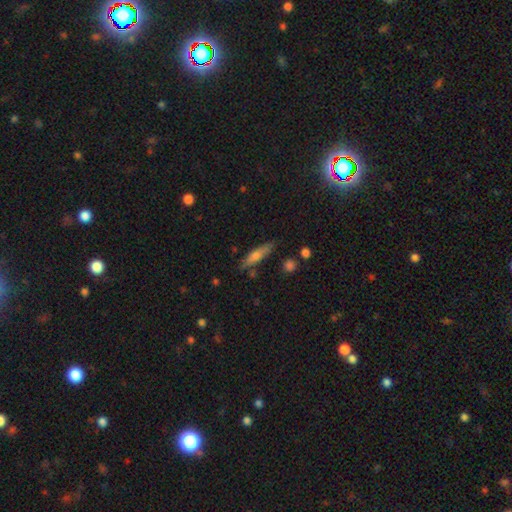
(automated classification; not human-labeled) This is likely a smooth galaxy (63%). How rounded: likely cigar-shaped (79%). Merging: likely none (78%).